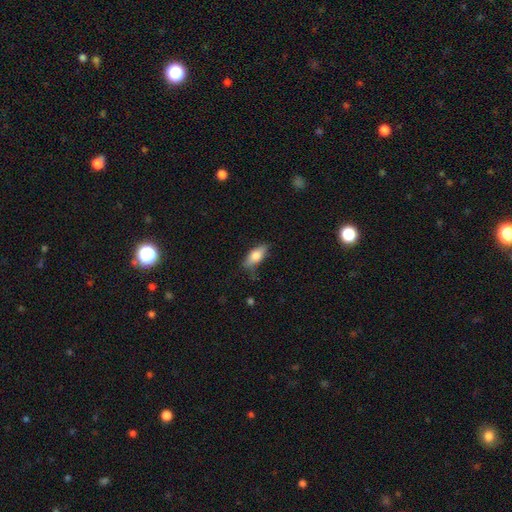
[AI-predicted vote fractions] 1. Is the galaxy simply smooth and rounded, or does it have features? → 74% smooth, 20% featured or disk, 7% star or artifact.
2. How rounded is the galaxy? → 76% in between, 21% cigar-shaped, 3% round.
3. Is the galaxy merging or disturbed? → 69% none, 24% minor disturbance, 6% major disturbance, 2% merger.